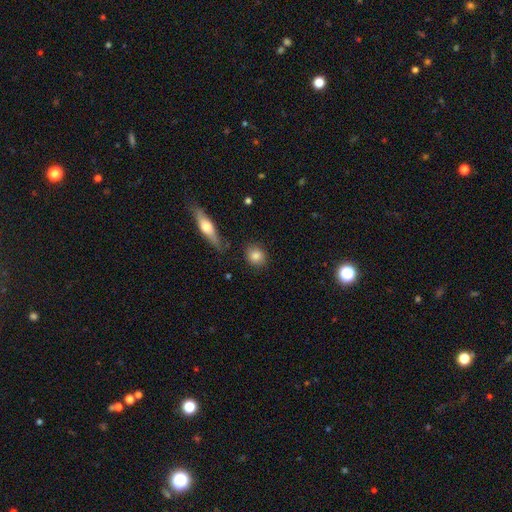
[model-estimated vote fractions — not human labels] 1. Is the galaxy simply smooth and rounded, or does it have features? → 84% smooth, 9% featured or disk, 8% star or artifact.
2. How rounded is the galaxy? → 76% round, 22% in between, 3% cigar-shaped.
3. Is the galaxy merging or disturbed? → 84% none, 10% minor disturbance, 3% merger, 3% major disturbance.